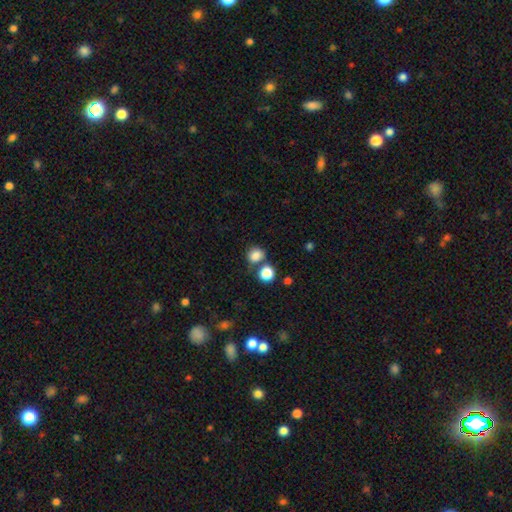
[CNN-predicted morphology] Smooth or featured? smooth (83%)
How rounded? round (78%)
Merging? none (63%)